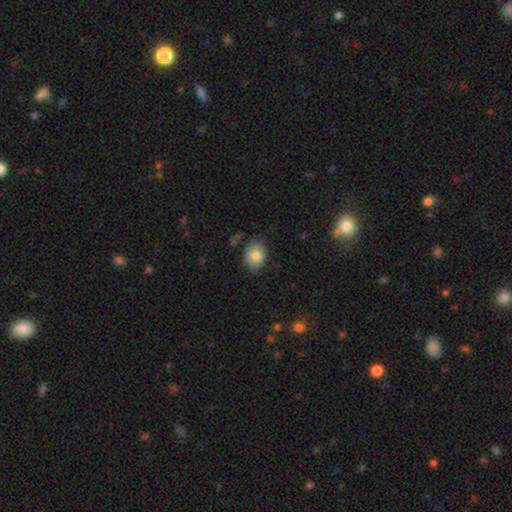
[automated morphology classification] Overall: smooth (79%). How rounded: in between (65%; round 34%). Merging: none (74%).